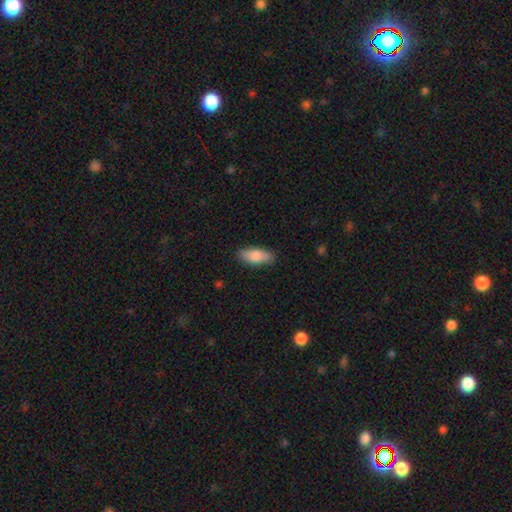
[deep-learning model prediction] Smooth or featured: smooth — 83% (featured or disk — 11%)
How rounded: in between — 78% (cigar-shaped — 19%)
Merging: none — 87% (minor disturbance — 10%)